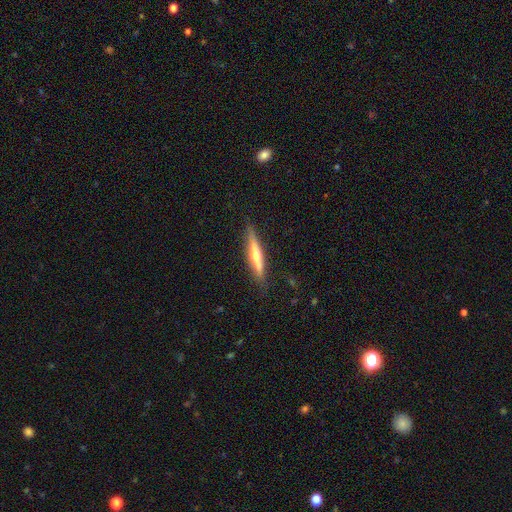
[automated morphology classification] Smooth or featured? Predicted: featured or disk (p=0.59). Edge-on disk? Predicted: yes (p=0.95). Edge-on bulge? Predicted: rounded (p=0.82). Merging? Predicted: none (p=0.86).